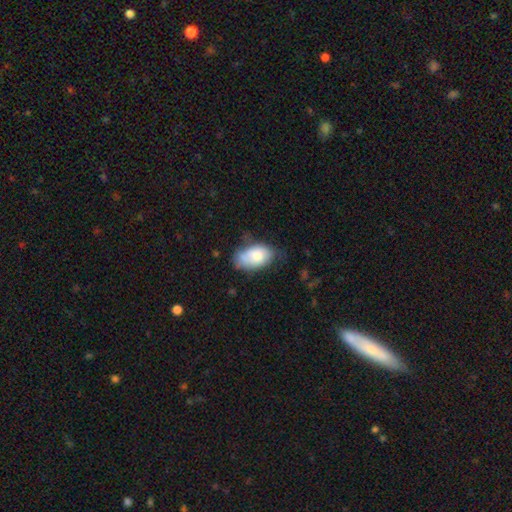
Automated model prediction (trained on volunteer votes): A smooth galaxy with no disk features (76%) that is in between round and cigar-shaped (92%).

Vote fractions:
- Smooth or featured? smooth: 76% / featured or disk: 17% / star or artifact: 7%
- How rounded? in between: 92% / round: 6% / cigar-shaped: 2%
- Merging? none: 45% / minor disturbance: 36% / major disturbance: 13% / merger: 7%